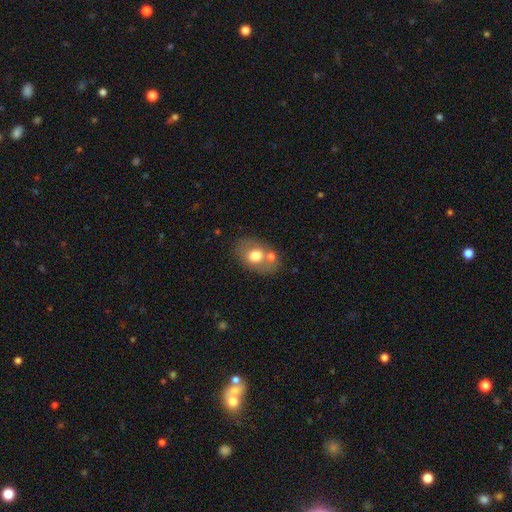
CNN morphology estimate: A smooth galaxy with no disk features (68%) that is in between round and cigar-shaped (71%).

Vote fractions:
- Smooth or featured? smooth: 68% / featured or disk: 24% / star or artifact: 8%
- How rounded? in between: 71% / round: 28% / cigar-shaped: 1%
- Merging? none: 56% / merger: 25% / minor disturbance: 14% / major disturbance: 5%